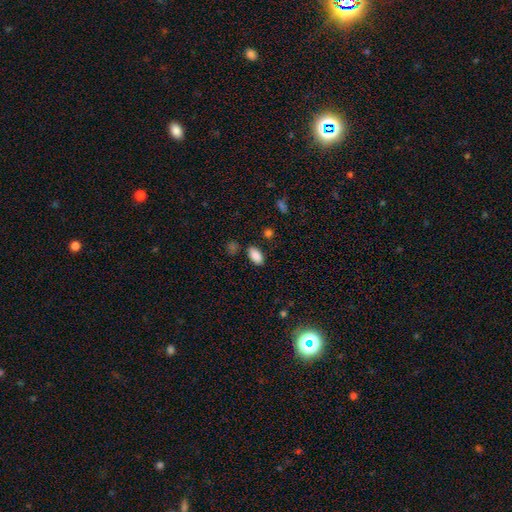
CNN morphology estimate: Smooth or featured? smooth (88%)
How rounded? in between (93%)
Merging? none (83%)